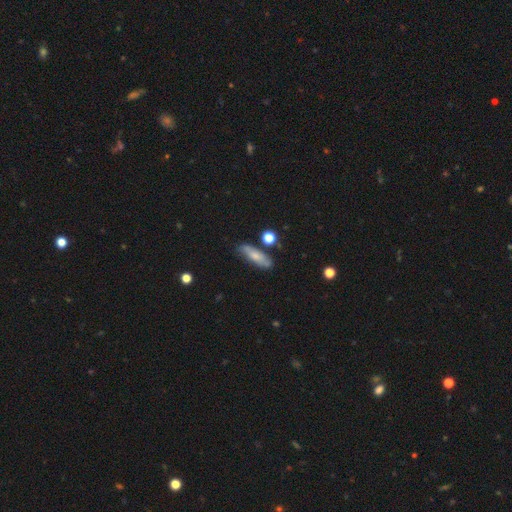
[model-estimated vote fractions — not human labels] smooth-or-featured: smooth: 58% | featured or disk: 34% | star or artifact: 8%
  how-rounded: in between: 49% | cigar-shaped: 47% | round: 4%
  merging: none: 68% | minor disturbance: 20% | merger: 6% | major disturbance: 5%